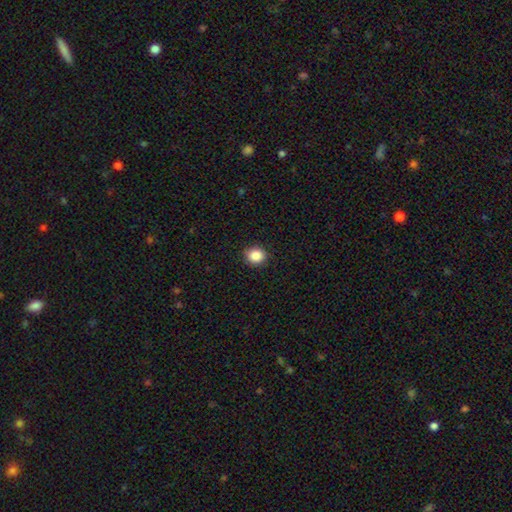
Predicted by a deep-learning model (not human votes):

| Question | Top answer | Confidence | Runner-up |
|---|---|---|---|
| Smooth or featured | smooth | 87% | star or artifact (10%) |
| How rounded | round | 83% | in between (16%) |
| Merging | none | 90% | minor disturbance (7%) |